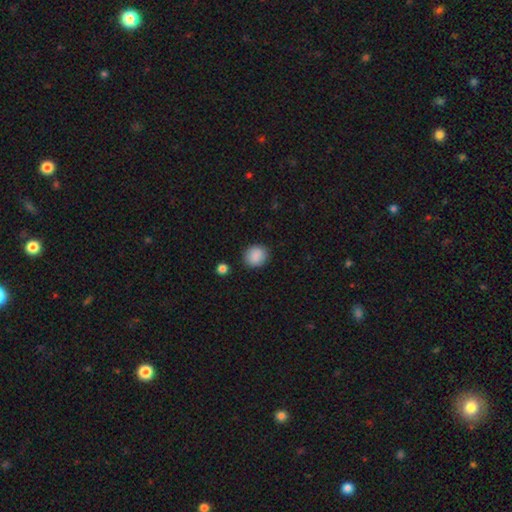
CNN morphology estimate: smooth-or-featured: smooth: 89% | star or artifact: 8% | featured or disk: 3%
  how-rounded: round: 79% | in between: 20% | cigar-shaped: 1%
  merging: none: 87% | minor disturbance: 8% | major disturbance: 2% | merger: 2%